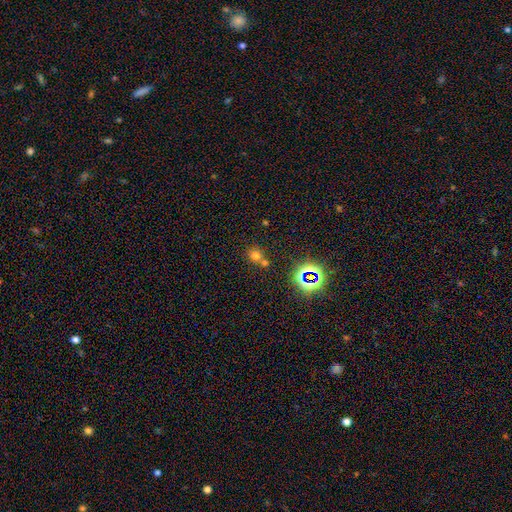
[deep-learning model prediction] Q: Smooth or featured?
A: smooth (62%); runner-up: star or artifact (28%)
Q: How rounded?
A: round (81%); runner-up: in between (18%)
Q: Merging?
A: none (54%); runner-up: merger (35%)